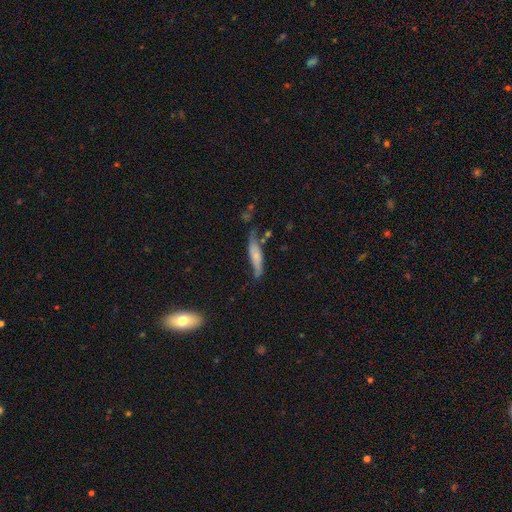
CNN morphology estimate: A smooth galaxy with no disk features (61%) that is cigar-shaped (74%).

Vote fractions:
- Smooth or featured? smooth: 61% / featured or disk: 33% / star or artifact: 7%
- How rounded? cigar-shaped: 74% / in between: 24% / round: 2%
- Merging? none: 56% / minor disturbance: 29% / major disturbance: 8% / merger: 6%